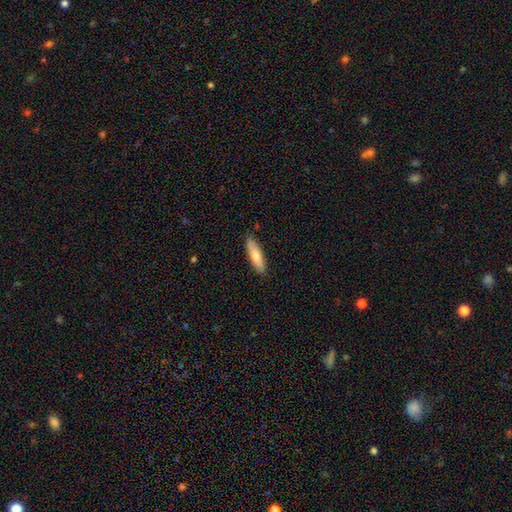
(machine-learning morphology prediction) smooth 72%, featured or disk 23%, star or artifact 6%. Down the decision tree: how rounded — cigar-shaped (60%); merging — none (87%).